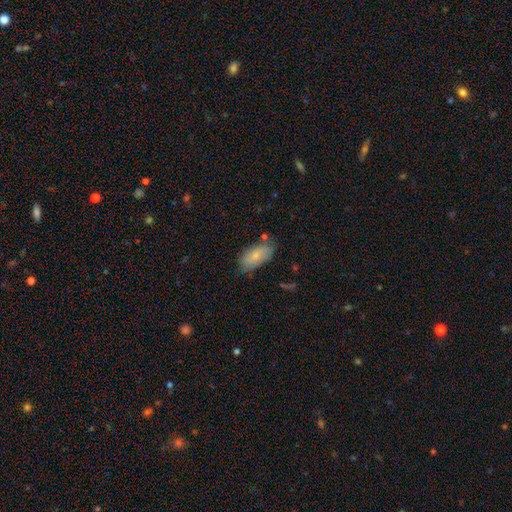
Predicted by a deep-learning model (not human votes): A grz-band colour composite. It shows a smooth galaxy with no disk features (79%) that is in between round and cigar-shaped (91%). Merging: none (71%).